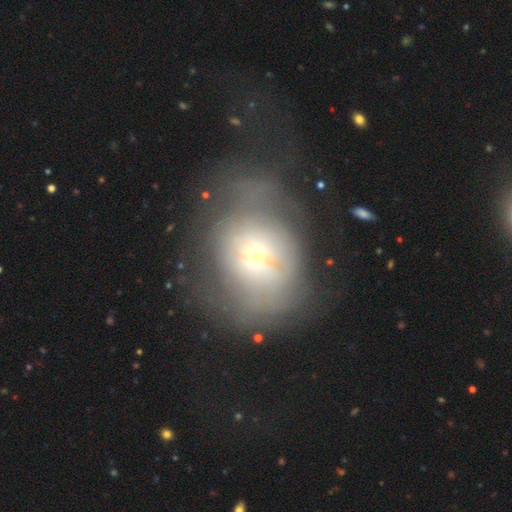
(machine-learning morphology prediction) smooth 45%, featured or disk 39%, star or artifact 16%. Down the decision tree: merging — major disturbance (44%).